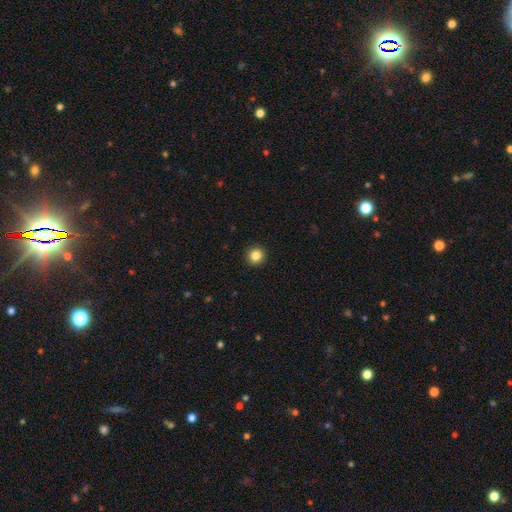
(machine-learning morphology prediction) Smooth or featured: smooth — 85% (star or artifact — 11%)
How rounded: round — 94% (in between — 5%)
Merging: none — 93% (minor disturbance — 4%)